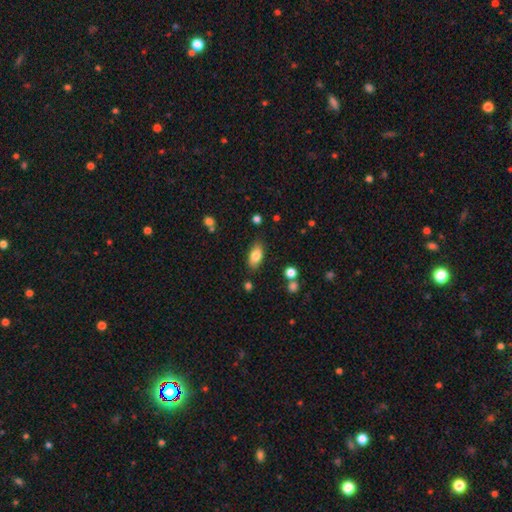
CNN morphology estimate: Q: Smooth or featured?
A: smooth (80%); runner-up: featured or disk (12%)
Q: How rounded?
A: in between (88%); runner-up: cigar-shaped (8%)
Q: Merging?
A: none (83%); runner-up: minor disturbance (12%)